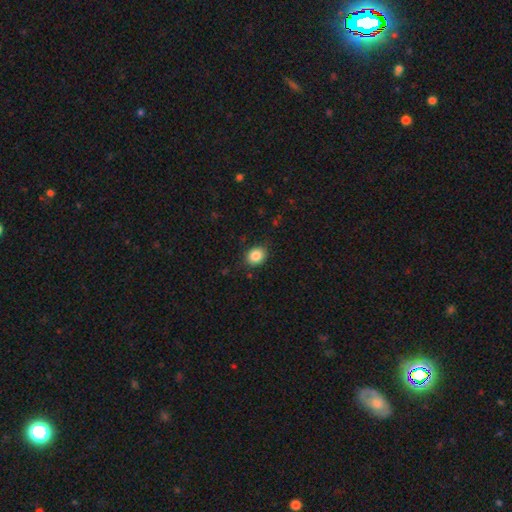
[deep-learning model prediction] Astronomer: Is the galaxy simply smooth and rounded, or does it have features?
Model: smooth — 86%.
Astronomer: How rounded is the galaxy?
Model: round — 57% (runner-up: in between, 43%).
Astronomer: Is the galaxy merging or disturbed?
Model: none — 85%.